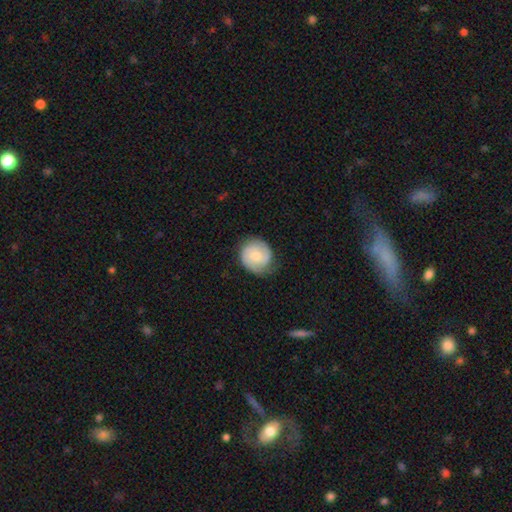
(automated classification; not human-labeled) featured or disk 49%, smooth 45%, star or artifact 6%. Down the decision tree: merging — none (73%).